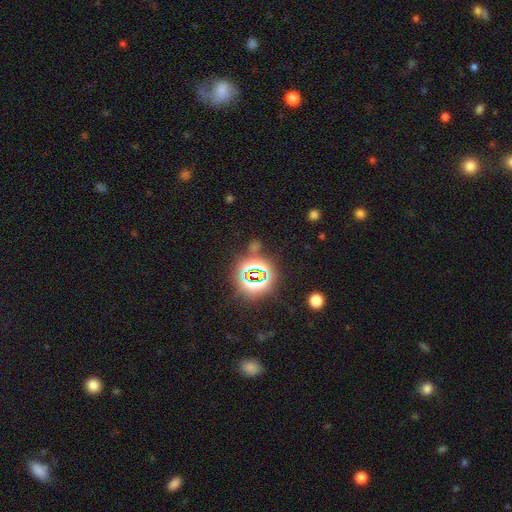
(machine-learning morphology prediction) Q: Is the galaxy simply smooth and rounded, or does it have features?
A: star or artifact — 76%.